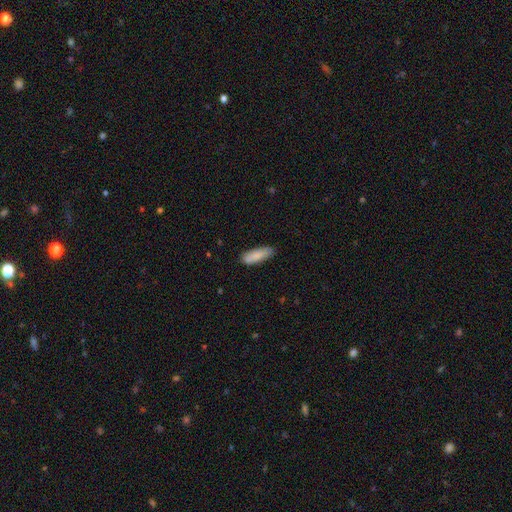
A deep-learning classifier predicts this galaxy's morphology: This is clearly a smooth galaxy (85%). How rounded: possibly in between (52%). Merging: likely none (76%).